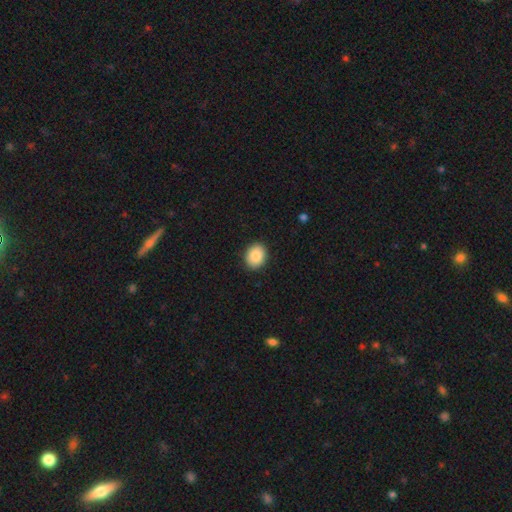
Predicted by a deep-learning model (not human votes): A smooth galaxy with no disk features (88%) that is round (50%). Merging: none (90%).